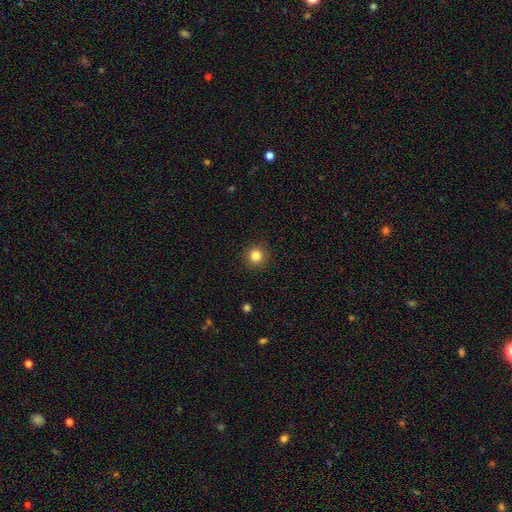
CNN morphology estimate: Smooth or featured: smooth — 83% (star or artifact — 12%)
How rounded: round — 94% (in between — 5%)
Merging: none — 92% (minor disturbance — 5%)